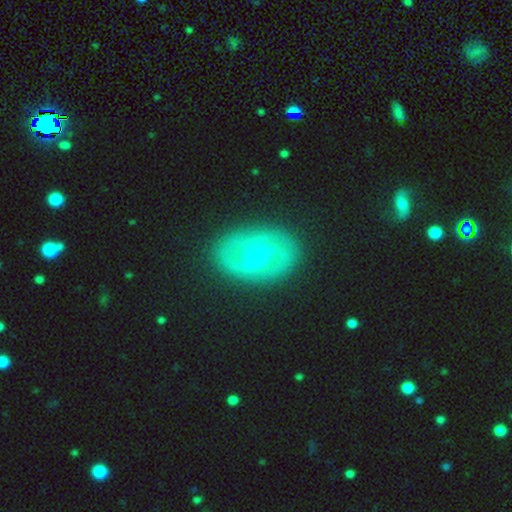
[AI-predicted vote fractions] This is clearly a featured or disk galaxy (80%). It is clearly not viewed edge-on (96%). Bar: possibly weak (50%). Spiral arm pattern: clearly yes (89%). Spiral arm count: likely 2 (75%). Spiral winding: marginally medium (44%). Central bulge: possibly small (50%). Merging: clearly none (82%).